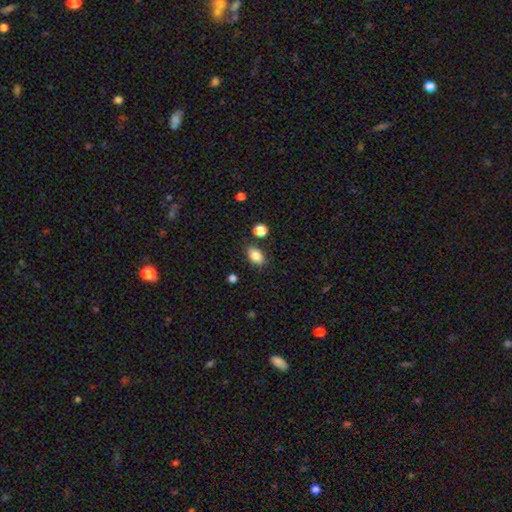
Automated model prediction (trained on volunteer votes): A smooth galaxy with no disk features (85%) that is in between round and cigar-shaped (87%).

Vote fractions:
- Smooth or featured? smooth: 85% / star or artifact: 9% / featured or disk: 7%
- How rounded? in between: 87% / round: 12% / cigar-shaped: 2%
- Merging? none: 82% / minor disturbance: 11% / merger: 4% / major disturbance: 3%